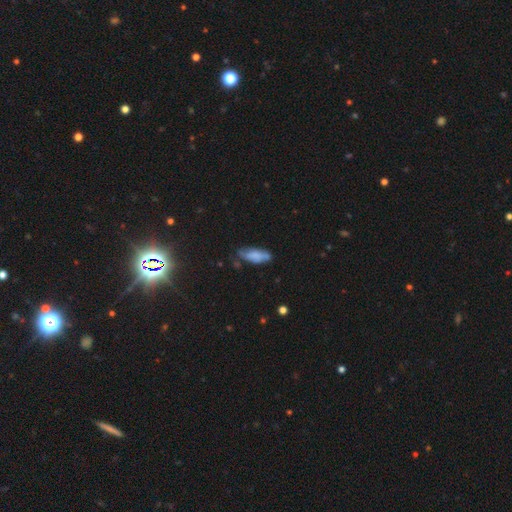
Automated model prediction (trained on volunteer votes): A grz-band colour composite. It shows a smooth galaxy with no disk features (69%) that is in between round and cigar-shaped (68%). Merging: none (56%).